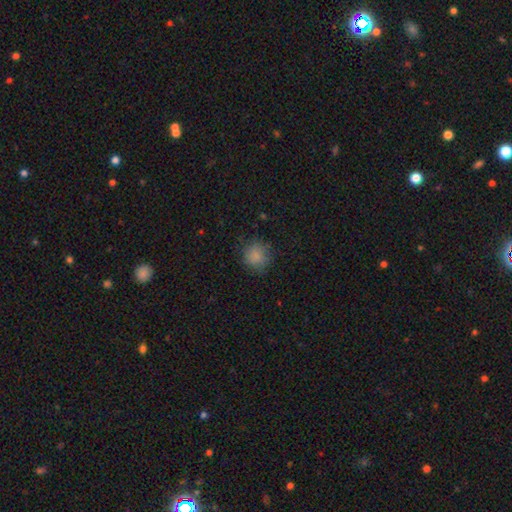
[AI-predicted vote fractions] A smooth galaxy with no disk features (84%) that is round (87%). Merging: none (79%).